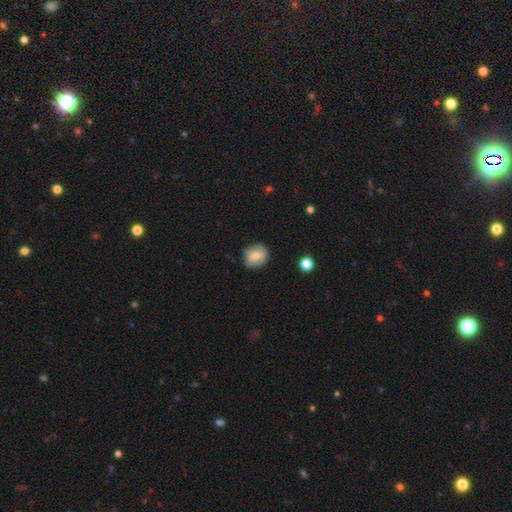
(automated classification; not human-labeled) A smooth galaxy with no disk features (73%) that is round (86%).

Vote fractions:
- Smooth or featured? smooth: 73% / featured or disk: 18% / star or artifact: 8%
- How rounded? round: 86% / in between: 13% / cigar-shaped: 1%
- Merging? none: 83% / minor disturbance: 13% / major disturbance: 3% / merger: 1%